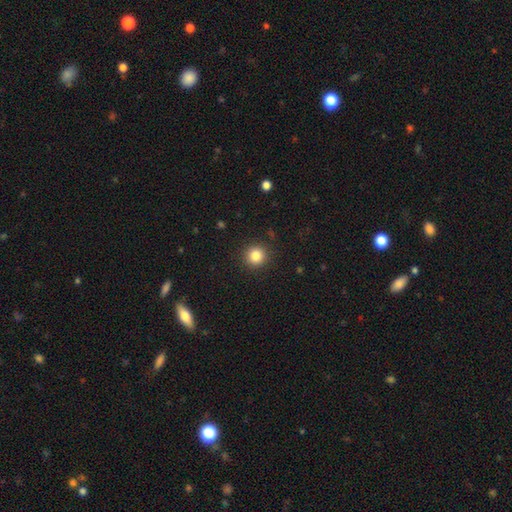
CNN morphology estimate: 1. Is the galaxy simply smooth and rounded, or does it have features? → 84% smooth, 11% star or artifact, 5% featured or disk.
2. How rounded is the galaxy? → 94% round, 5% in between, 1% cigar-shaped.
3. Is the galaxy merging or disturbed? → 91% none, 5% minor disturbance, 2% major disturbance, 1% merger.